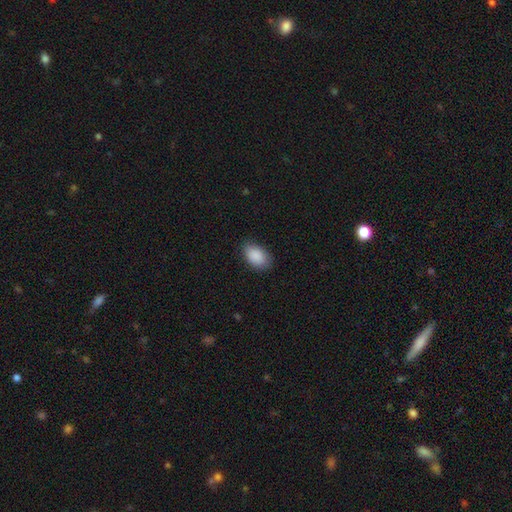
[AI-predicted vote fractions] The model was most divided on "merging": none: 78%, minor disturbance: 18%, major disturbance: 3%, merger: 1%. More confident: how rounded — in between (90%); smooth or featured — smooth (89%).